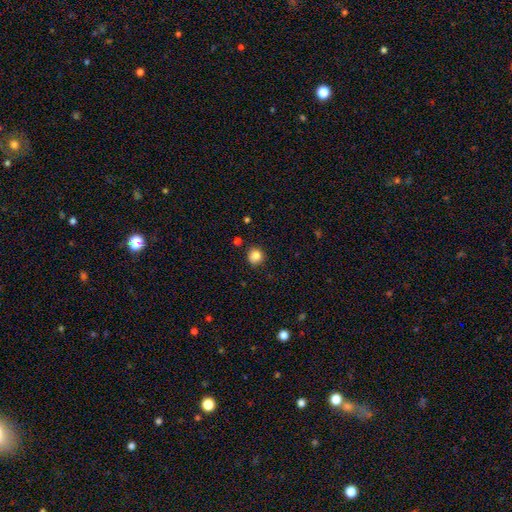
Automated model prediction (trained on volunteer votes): smooth_or_featured: smooth (p=0.84) [alt: star or artifact p=0.11]
how_rounded: round (p=0.89) [alt: in between p=0.10]
merging: none (p=0.83) [alt: minor disturbance p=0.12]